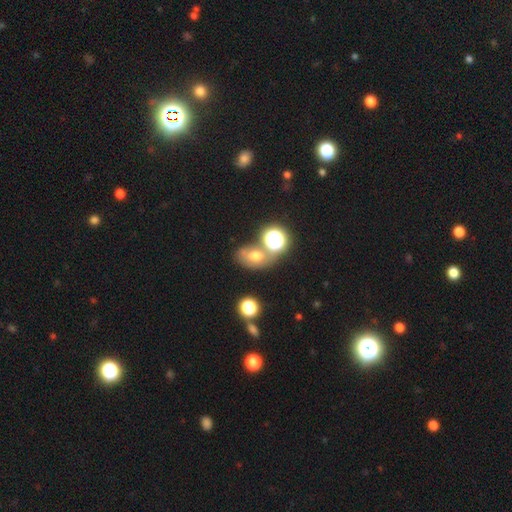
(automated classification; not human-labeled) smooth-or-featured: smooth: 56% | star or artifact: 24% | featured or disk: 20%
  how-rounded: in between: 70% | round: 28% | cigar-shaped: 2%
  merging: none: 50% | merger: 26% | minor disturbance: 16% | major disturbance: 8%